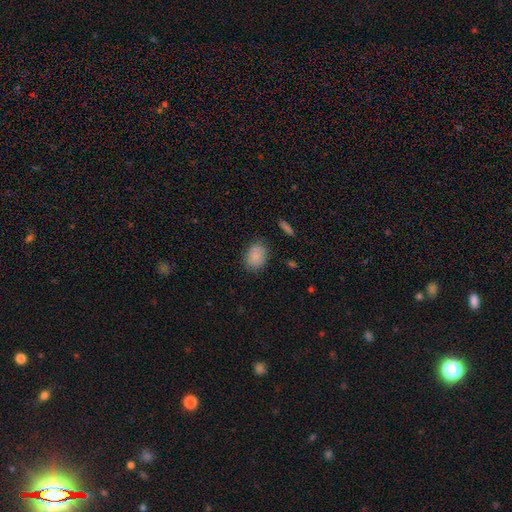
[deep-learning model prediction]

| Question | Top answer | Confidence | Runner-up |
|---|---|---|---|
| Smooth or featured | smooth | 85% | star or artifact (8%) |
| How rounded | in between | 65% | round (34%) |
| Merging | none | 79% | minor disturbance (15%) |